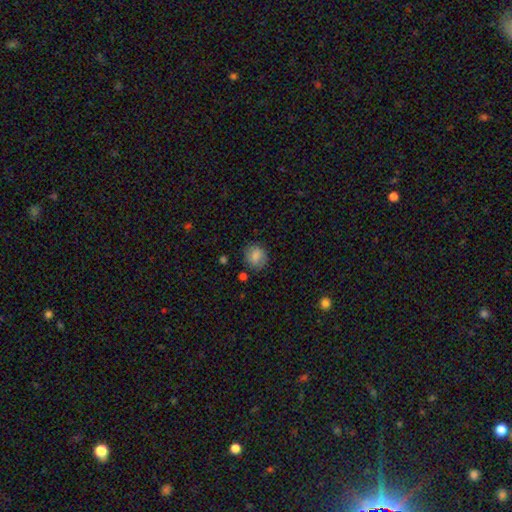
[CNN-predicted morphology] A smooth galaxy with no disk features (80%) that is round (72%).

Vote fractions:
- Smooth or featured? smooth: 80% / featured or disk: 11% / star or artifact: 9%
- How rounded? round: 72% / in between: 27% / cigar-shaped: 1%
- Merging? none: 75% / minor disturbance: 17% / major disturbance: 5% / merger: 2%